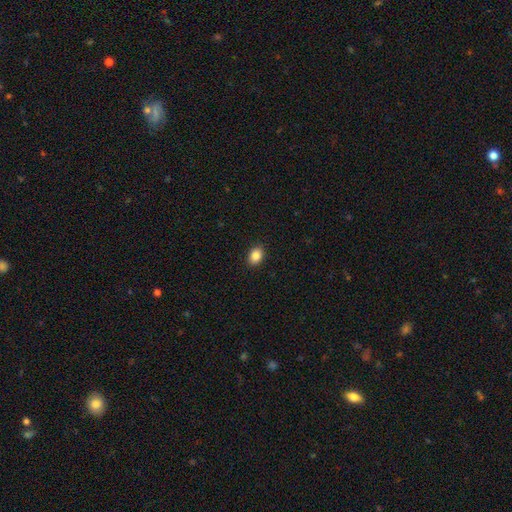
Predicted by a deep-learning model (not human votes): Overall: smooth (86%). How rounded: in between (69%; round 30%). Merging: none (90%).